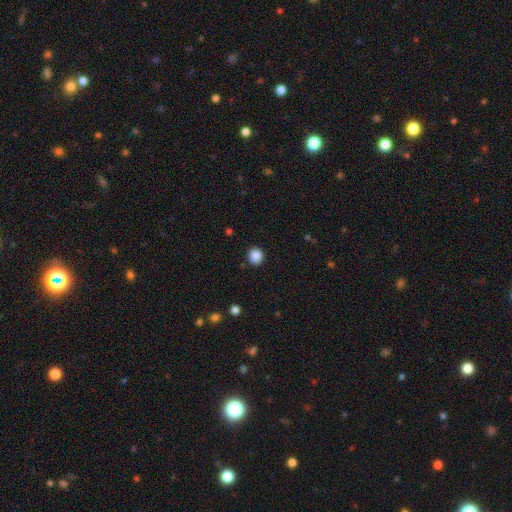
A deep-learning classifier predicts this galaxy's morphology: Smooth or featured? Predicted: smooth (p=0.88). How rounded? Predicted: round (p=0.78). Merging? Predicted: none (p=0.89).